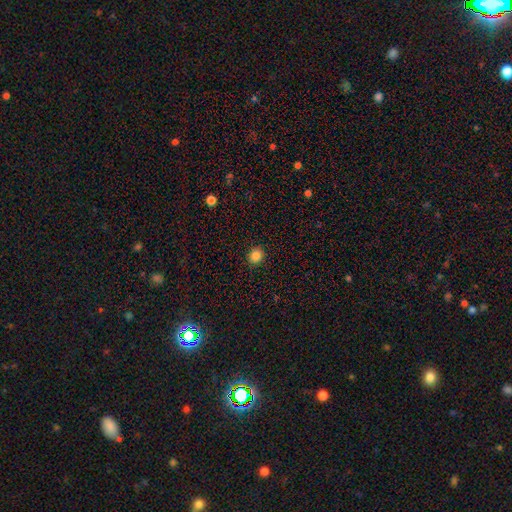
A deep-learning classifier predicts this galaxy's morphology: type=smooth (85%); roundness=round (84%); merging=none (92%).